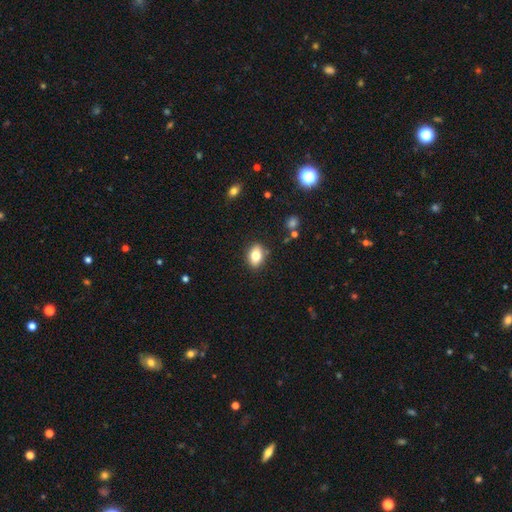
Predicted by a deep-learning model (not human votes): Smooth or featured?
  - smooth: 79% *
  - featured or disk: 13%
  - star or artifact: 8%
How rounded?
  - in between: 83% *
  - round: 15%
  - cigar-shaped: 2%
Merging?
  - none: 86% *
  - minor disturbance: 10%
  - major disturbance: 2%
  - merger: 2%